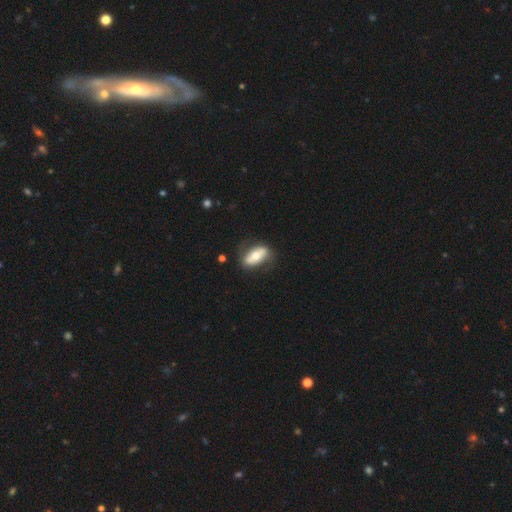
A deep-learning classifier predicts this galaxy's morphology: smooth-or-featured: smooth: 49% | featured or disk: 45% | star or artifact: 6%
  merging: none: 73% | minor disturbance: 18% | major disturbance: 7% | merger: 2%